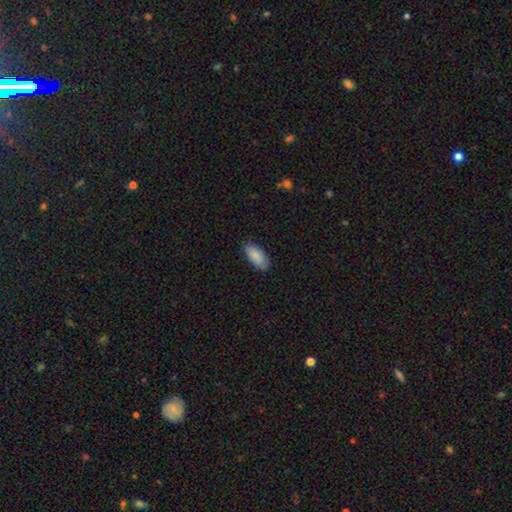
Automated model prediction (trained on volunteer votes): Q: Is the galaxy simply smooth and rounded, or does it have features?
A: smooth — 88%.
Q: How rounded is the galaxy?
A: in between — 89%.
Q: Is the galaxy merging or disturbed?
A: none — 82%.